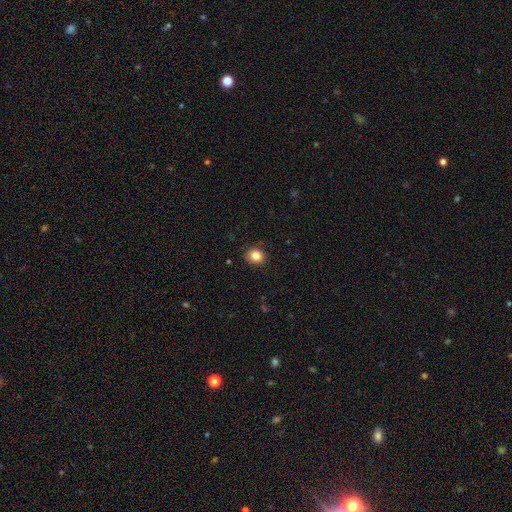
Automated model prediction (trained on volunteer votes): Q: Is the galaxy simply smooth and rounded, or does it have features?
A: smooth — 84%.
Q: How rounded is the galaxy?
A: round — 72%.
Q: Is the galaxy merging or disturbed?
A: none — 84%.